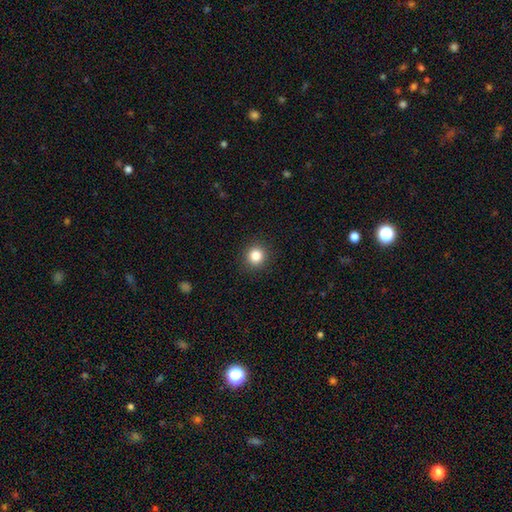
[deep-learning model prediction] A smooth galaxy with no disk features (85%) that is round (93%).

Vote fractions:
- Smooth or featured? smooth: 85% / star or artifact: 11% / featured or disk: 4%
- How rounded? round: 93% / in between: 7% / cigar-shaped: 1%
- Merging? none: 92% / minor disturbance: 5% / major disturbance: 2% / merger: 1%